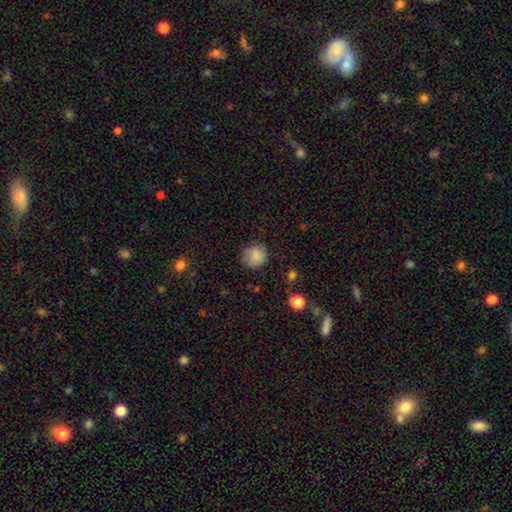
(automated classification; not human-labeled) Smooth or featured? Predicted: smooth (p=0.84). How rounded? Predicted: round (p=0.87). Merging? Predicted: none (p=0.77).